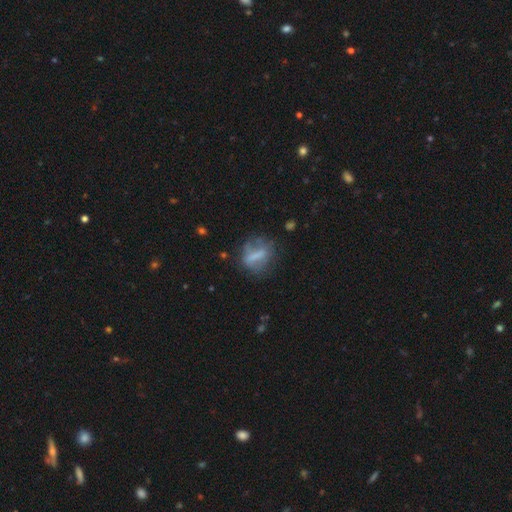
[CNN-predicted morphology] smooth_or_featured: smooth (p=0.51) [alt: featured or disk p=0.38]
how_rounded: in between (p=0.46) [alt: round p=0.34]
merging: none (p=0.55) [alt: minor disturbance p=0.22]